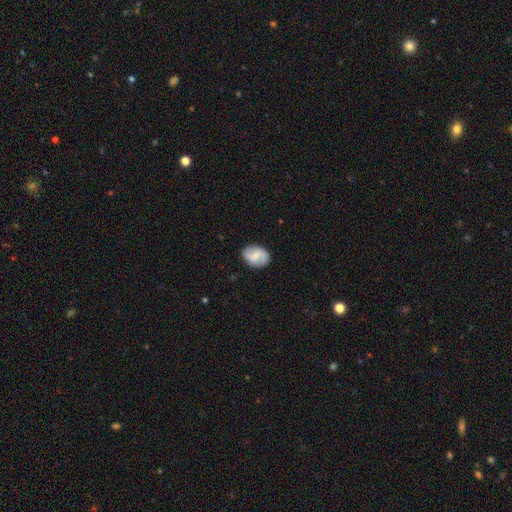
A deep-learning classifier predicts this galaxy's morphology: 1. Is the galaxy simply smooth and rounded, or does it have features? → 50% smooth, 42% featured or disk, 7% star or artifact.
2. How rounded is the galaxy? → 66% in between, 33% round, 1% cigar-shaped.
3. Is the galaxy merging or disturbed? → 84% none, 12% minor disturbance, 3% major disturbance, 1% merger.